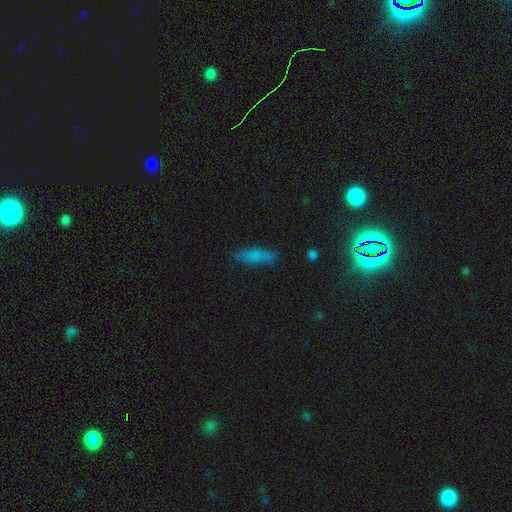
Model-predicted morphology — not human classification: This is likely a smooth galaxy (74%). How rounded: possibly cigar-shaped (59%). Merging: likely none (78%).